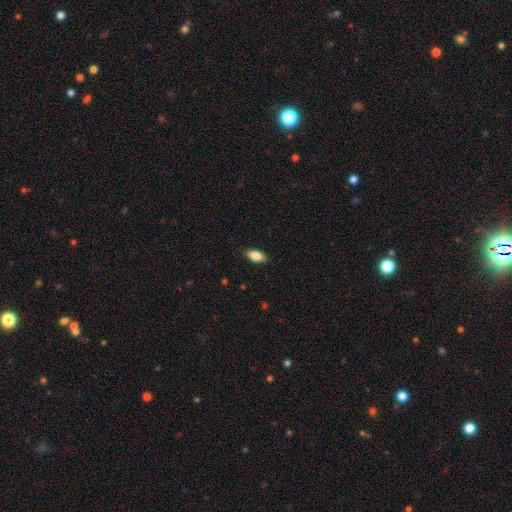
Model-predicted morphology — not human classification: smooth-or-featured: smooth: 82% | featured or disk: 11% | star or artifact: 7%
  how-rounded: in between: 88% | cigar-shaped: 9% | round: 3%
  merging: none: 86% | minor disturbance: 11% | major disturbance: 2% | merger: 1%